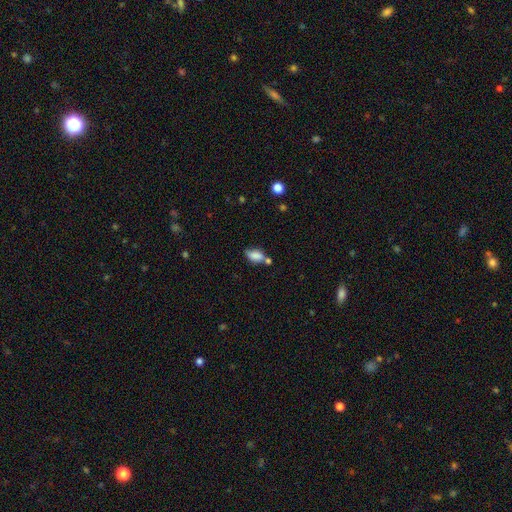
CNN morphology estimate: Smooth or featured? Predicted: smooth (p=0.76). How rounded? Predicted: in between (p=0.85). Merging? Predicted: none (p=0.45).